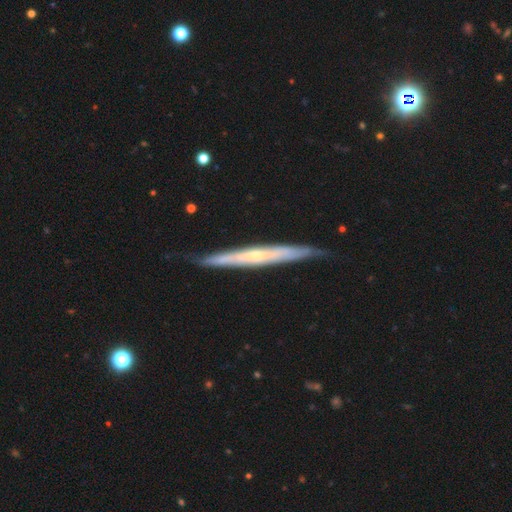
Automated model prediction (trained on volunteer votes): Morphology: type=featured or disk (71%); edge-on=yes (92%); edge-on bulge=none (58%); merging=none (83%).